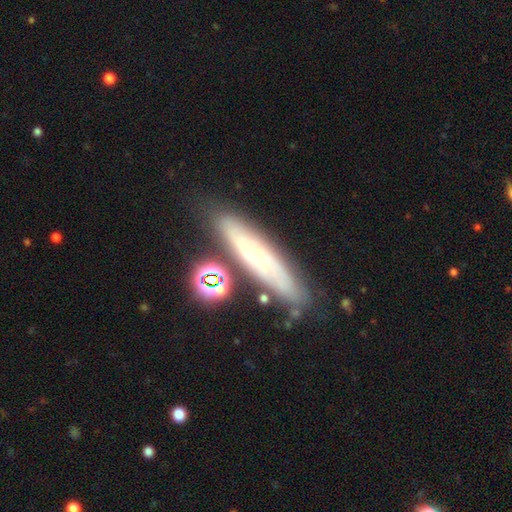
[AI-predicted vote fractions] Smooth or featured? featured or disk (49%)
Merging? none (75%)